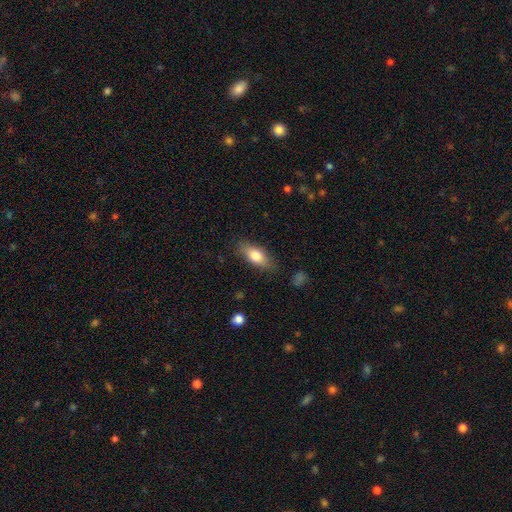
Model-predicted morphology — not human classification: smooth 77%, featured or disk 16%, star or artifact 7%. Down the decision tree: how rounded — in between (79%); merging — none (81%).